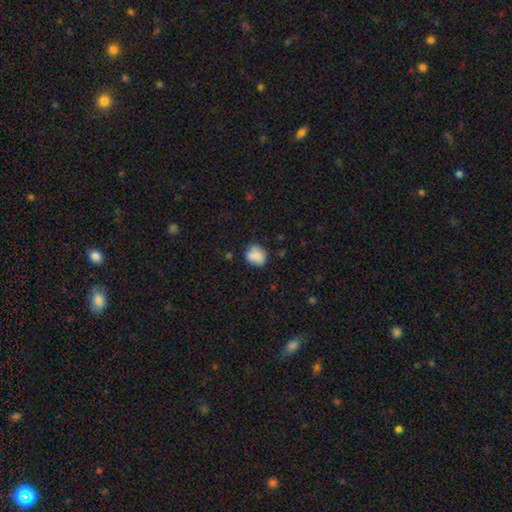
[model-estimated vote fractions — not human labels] Overall: smooth (81%). How rounded: round (61%; in between 38%). Merging: none (65%).